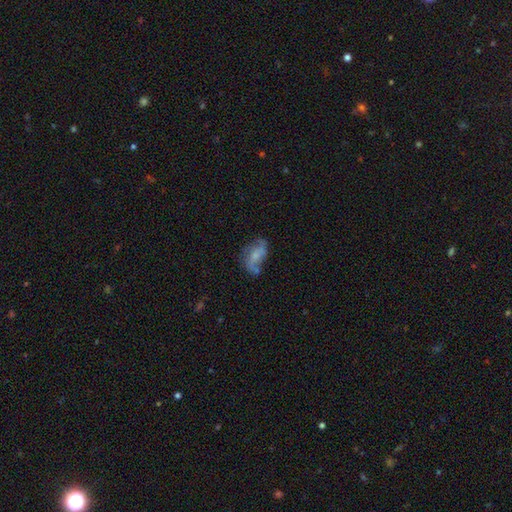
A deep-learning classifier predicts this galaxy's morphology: The model was most divided on "merging": none: 43%, minor disturbance: 27%, major disturbance: 21%, merger: 9%. Remaining: edge-on disk — no (95%); spiral arms — yes (74%); smooth or featured — featured or disk (56%); bar — no (54%); bulge size — small (49%).